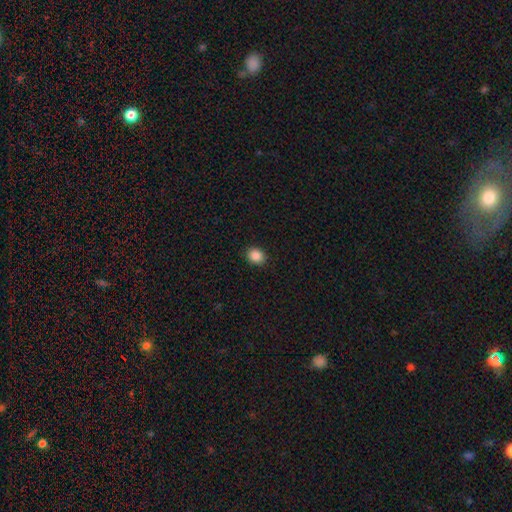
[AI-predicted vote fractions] A smooth galaxy with no disk features (87%) that is round (57%).

Vote fractions:
- Smooth or featured? smooth: 87% / star or artifact: 10% / featured or disk: 3%
- How rounded? round: 57% / in between: 42% / cigar-shaped: 1%
- Merging? none: 90% / minor disturbance: 7% / major disturbance: 2% / merger: 1%